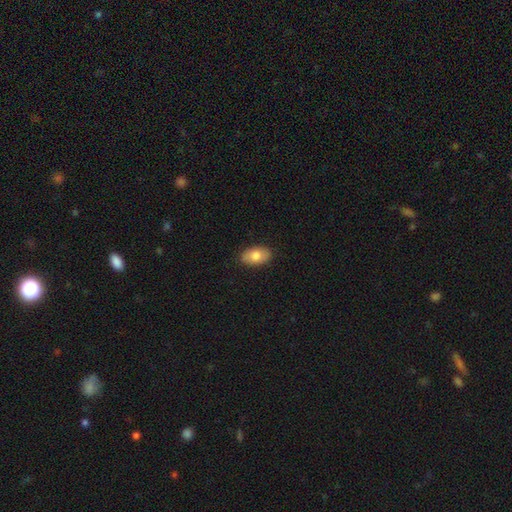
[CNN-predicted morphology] This appears to be a smooth galaxy with no disk features (79%) that is in between round and cigar-shaped (93%). Merging: none (87%).